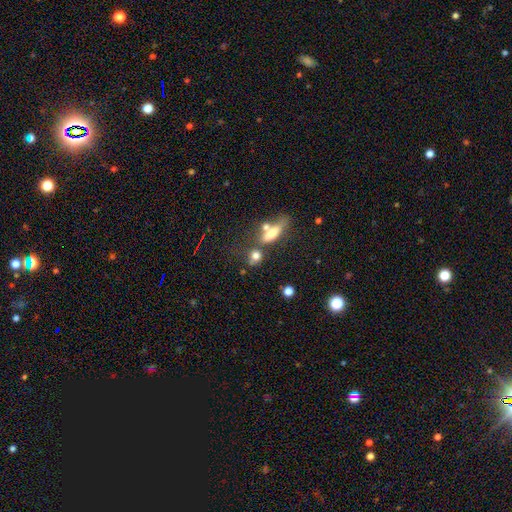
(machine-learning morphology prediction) This appears to be a smooth galaxy with no disk features (73%) that is round (46%). Merging: none (48%).